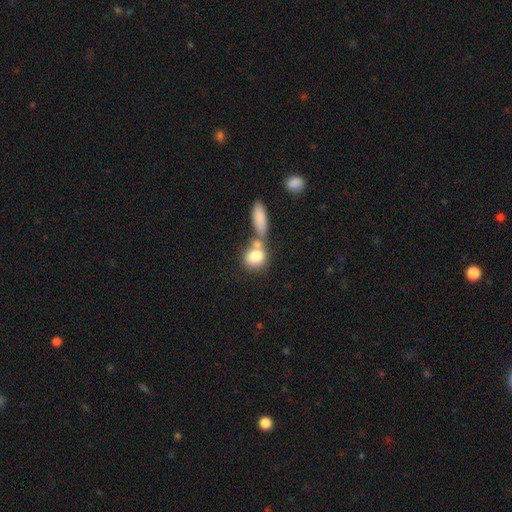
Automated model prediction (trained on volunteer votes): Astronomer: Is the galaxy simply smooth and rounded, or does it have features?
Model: smooth — 80%.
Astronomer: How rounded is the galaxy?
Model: round — 58% (runner-up: in between, 37%).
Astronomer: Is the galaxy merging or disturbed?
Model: merger — 48% (runner-up: none, 37%).